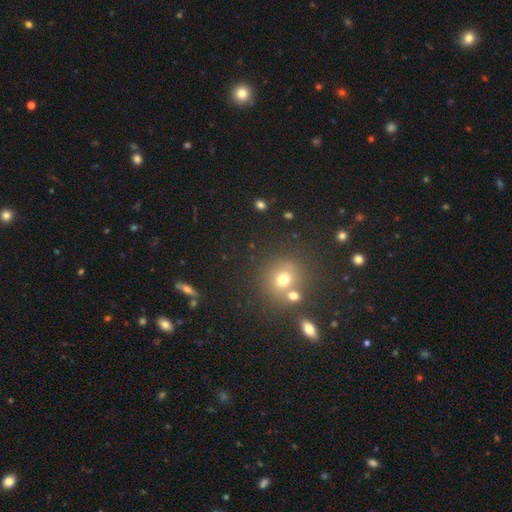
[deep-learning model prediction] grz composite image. It shows a smooth galaxy with no disk features (51%) that is round (89%). Merging: none (75%).